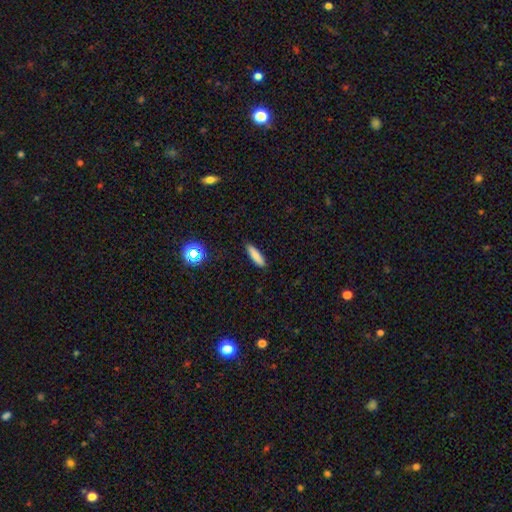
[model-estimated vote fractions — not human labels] Morphology: type=smooth (83%); roundness=cigar-shaped (70%); merging=none (90%).